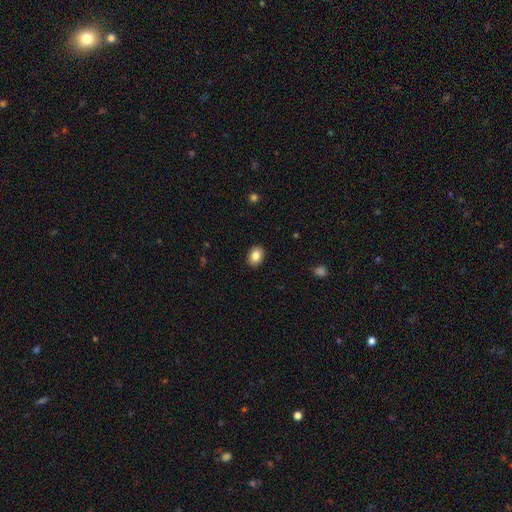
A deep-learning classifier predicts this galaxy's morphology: The model was most divided on "how rounded": in between: 72%, round: 27%, cigar-shaped: 1%. More confident: merging — none (90%); smooth or featured — smooth (84%).